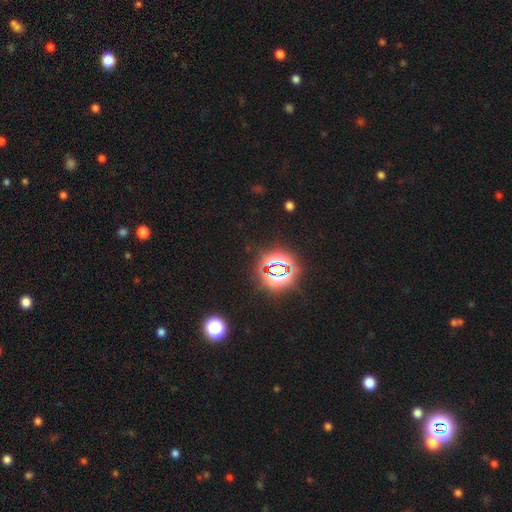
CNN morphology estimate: Smooth or featured? star or artifact (83%)